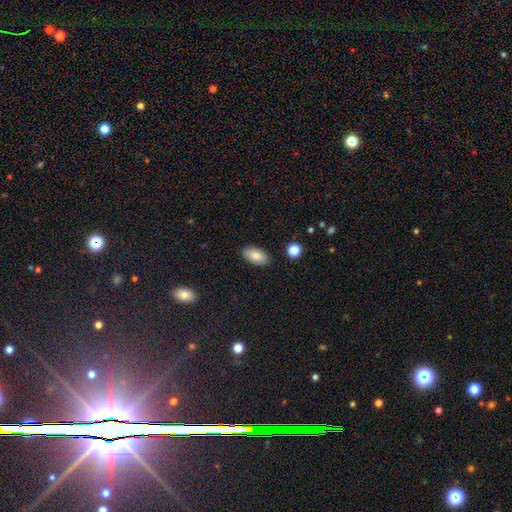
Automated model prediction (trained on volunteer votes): Overall: smooth (85%). How rounded: in between (93%). Merging: none (88%).